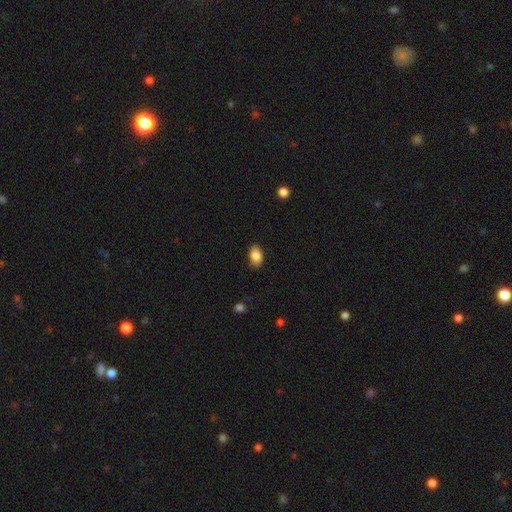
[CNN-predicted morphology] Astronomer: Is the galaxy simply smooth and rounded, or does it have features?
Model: smooth — 87%.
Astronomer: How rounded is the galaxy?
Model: in between — 90%.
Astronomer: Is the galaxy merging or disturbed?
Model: none — 86%.